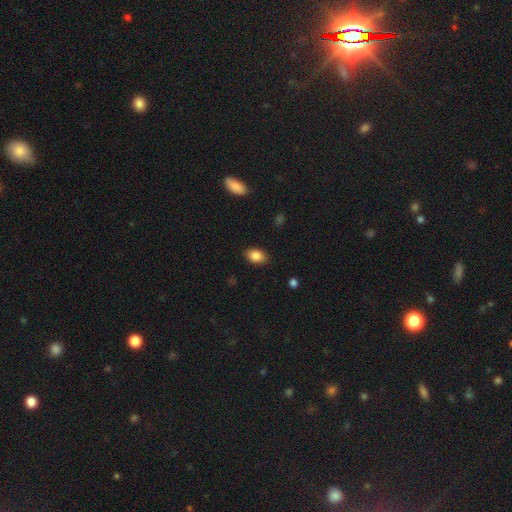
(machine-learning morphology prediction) smooth_or_featured: smooth (p=0.87) [alt: star or artifact p=0.08]
how_rounded: in between (p=0.87) [alt: round p=0.11]
merging: none (p=0.87) [alt: minor disturbance p=0.09]